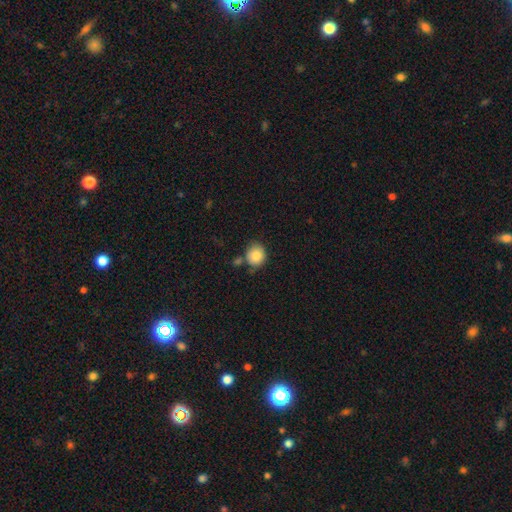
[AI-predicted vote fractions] smooth_or_featured: smooth (p=0.84) [alt: star or artifact p=0.09]
how_rounded: round (p=0.81) [alt: in between p=0.18]
merging: none (p=0.69) [alt: minor disturbance p=0.15]